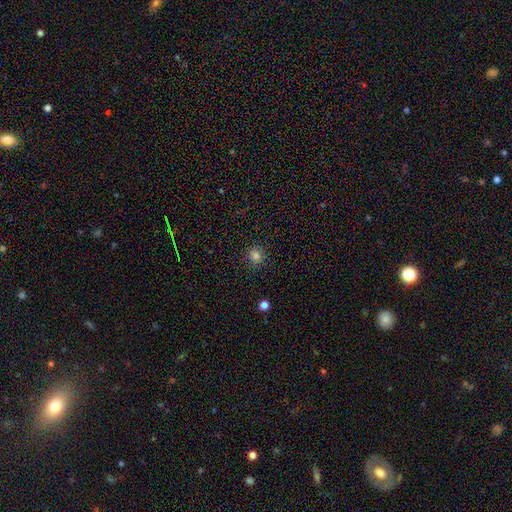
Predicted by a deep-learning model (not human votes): smooth-or-featured: smooth: 80% | star or artifact: 15% | featured or disk: 5%
  how-rounded: round: 83% | in between: 16% | cigar-shaped: 1%
  merging: none: 89% | minor disturbance: 8% | major disturbance: 2% | merger: 1%